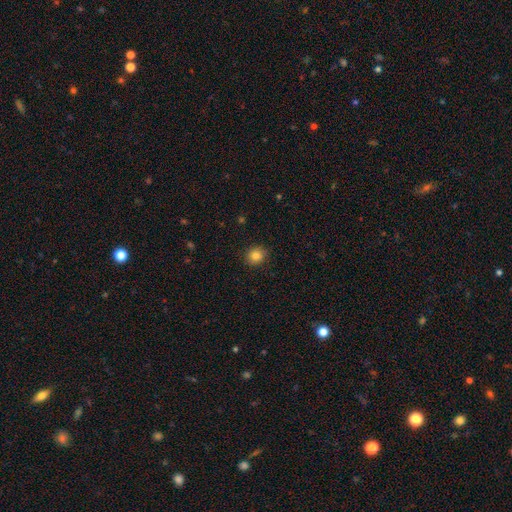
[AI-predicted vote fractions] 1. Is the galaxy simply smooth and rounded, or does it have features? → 83% smooth, 11% star or artifact, 6% featured or disk.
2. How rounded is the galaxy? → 79% round, 20% in between, 1% cigar-shaped.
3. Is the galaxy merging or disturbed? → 90% none, 7% minor disturbance, 2% major disturbance, 1% merger.